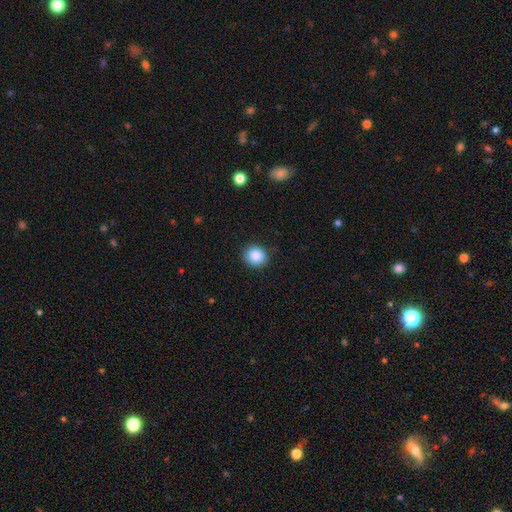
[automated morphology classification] Smooth or featured? Predicted: smooth (p=0.87). How rounded? Predicted: round (p=0.84). Merging? Predicted: none (p=0.88).